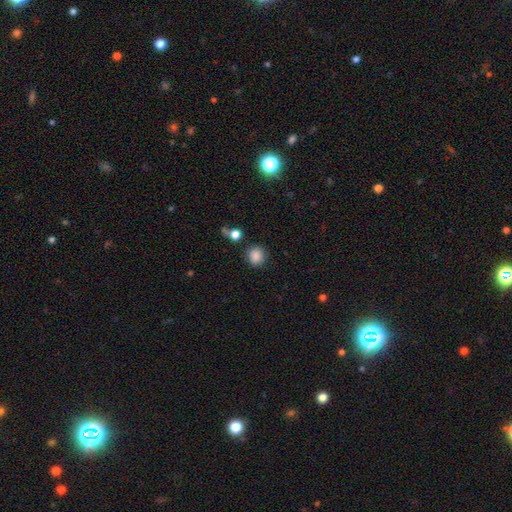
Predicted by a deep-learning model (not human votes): Smooth or featured?
  - smooth: 86% *
  - star or artifact: 10%
  - featured or disk: 4%
How rounded?
  - round: 81% *
  - in between: 17%
  - cigar-shaped: 1%
Merging?
  - none: 82% *
  - minor disturbance: 11%
  - merger: 4%
  - major disturbance: 3%